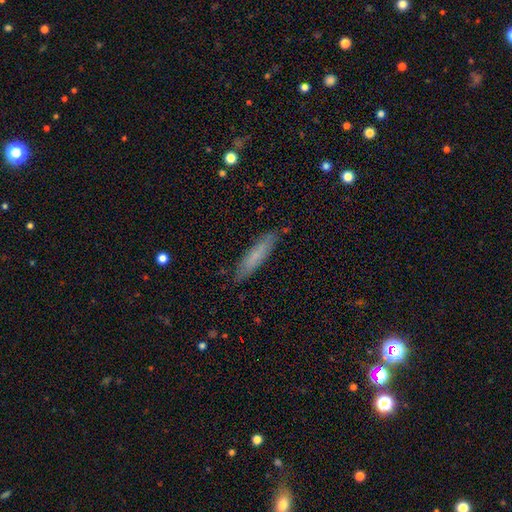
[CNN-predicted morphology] This is likely a smooth galaxy (73%). How rounded: clearly cigar-shaped (86%). Merging: clearly none (87%).